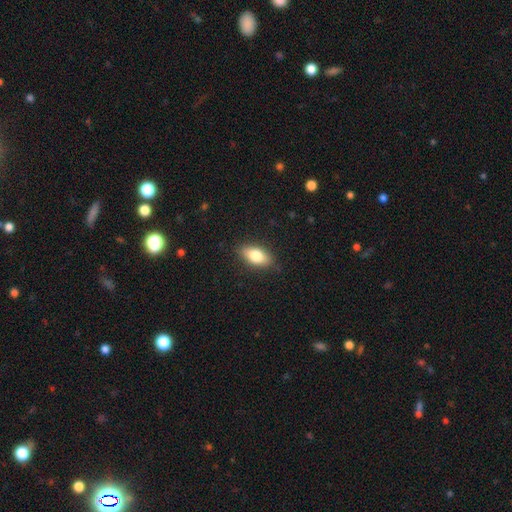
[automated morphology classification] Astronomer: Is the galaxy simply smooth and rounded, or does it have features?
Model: smooth — 77%.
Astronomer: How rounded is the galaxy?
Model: in between — 86%.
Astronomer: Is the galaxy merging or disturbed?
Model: none — 86%.